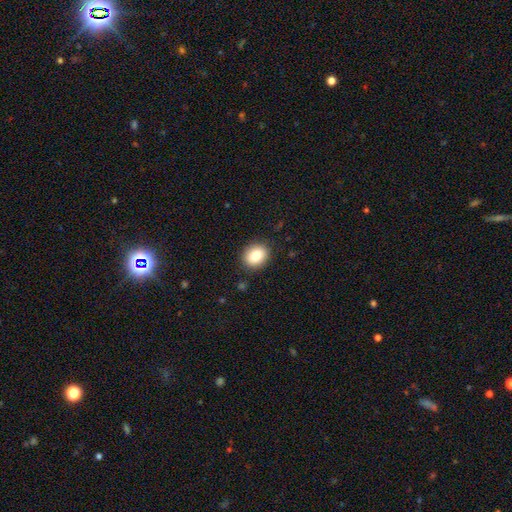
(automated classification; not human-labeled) Q: Smooth or featured?
A: smooth (82%); runner-up: star or artifact (9%)
Q: How rounded?
A: round (56%); runner-up: in between (43%)
Q: Merging?
A: none (88%); runner-up: minor disturbance (8%)